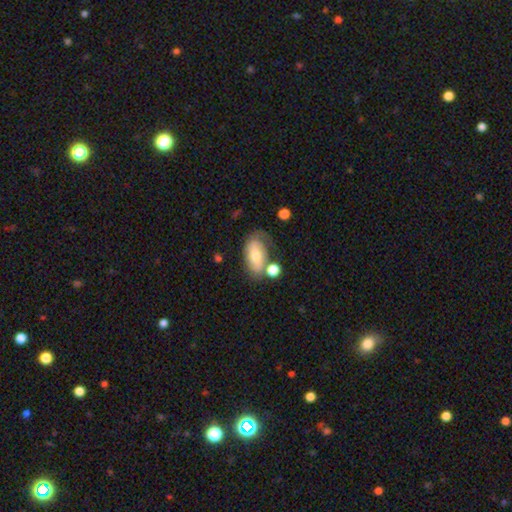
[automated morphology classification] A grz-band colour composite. It shows a smooth galaxy with no disk features (53%) that is in between round and cigar-shaped (88%). Merging: none (47%).